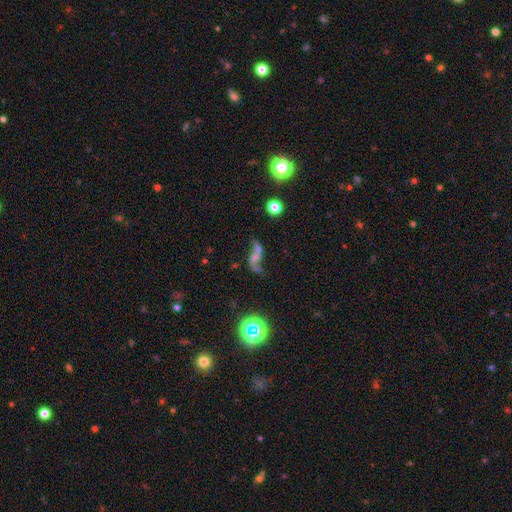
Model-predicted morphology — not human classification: A featured or disk galaxy (78%) with no bar (55%), 2 (91%) loose (92%) spiral arms (91%) and a small central bulge (44%). Merging: none (55%).